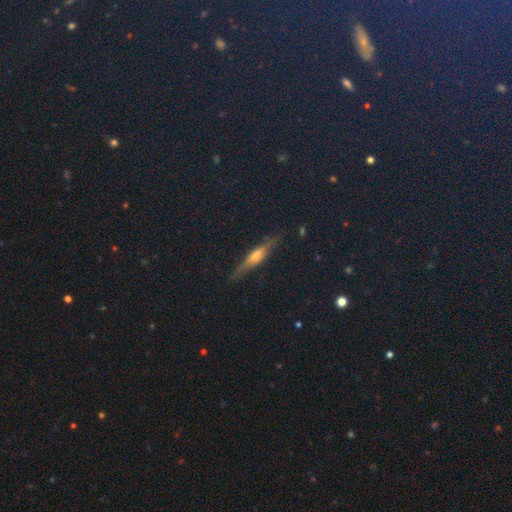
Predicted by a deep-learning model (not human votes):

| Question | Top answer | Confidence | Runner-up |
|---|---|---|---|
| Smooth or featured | featured or disk | 46% | smooth (30%) |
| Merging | none | 87% | minor disturbance (8%) |